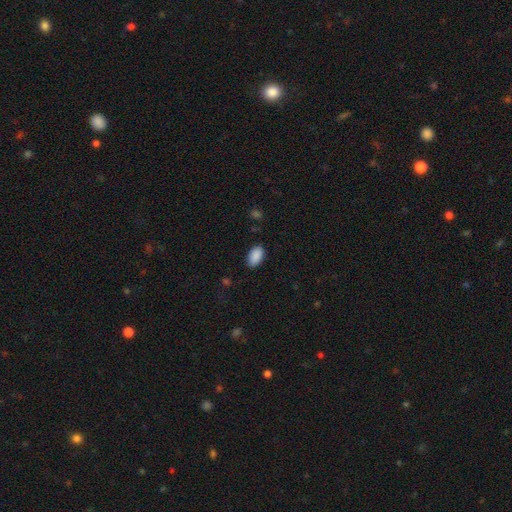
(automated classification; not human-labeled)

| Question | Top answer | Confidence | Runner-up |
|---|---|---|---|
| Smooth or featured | smooth | 90% | star or artifact (7%) |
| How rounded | in between | 93% | round (5%) |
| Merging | none | 83% | minor disturbance (13%) |